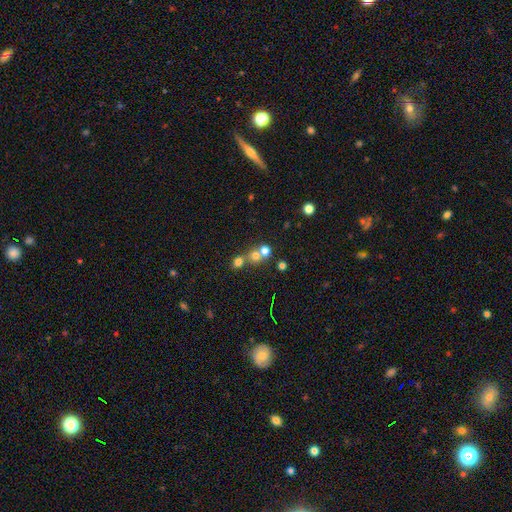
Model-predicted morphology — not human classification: type=smooth (65%); roundness=round (83%); merging=merger (50%).